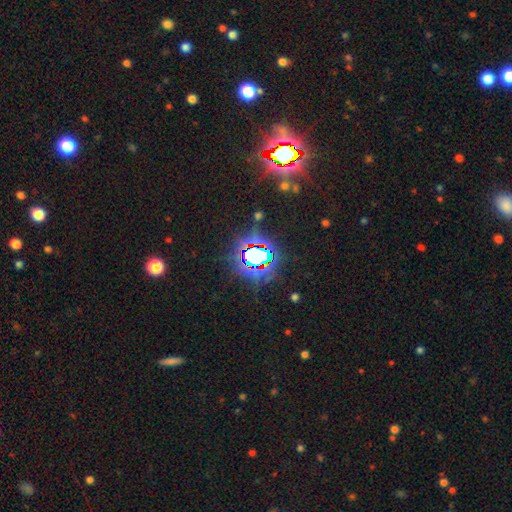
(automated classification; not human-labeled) The model was most divided on "smooth or featured": star or artifact: 74%, smooth: 16%, featured or disk: 10%.